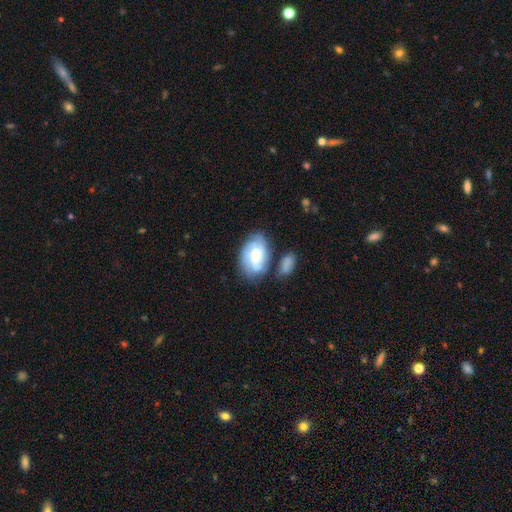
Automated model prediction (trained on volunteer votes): smooth-or-featured: featured or disk: 63% | smooth: 30% | star or artifact: 7%
  disk-edge-on: no: 96% | yes: 4%
    bar: no: 47% | weak: 44% | strong: 9%
    has-spiral-arms: yes: 85% | no: 15%
      spiral-winding: tight: 48% | medium: 38% | loose: 14%
      spiral-arm-count: can't tell: 37% | 2: 25% | 3: 22% | 4: 8% | 1: 4% | more than 4: 4%
    bulge-size: moderate: 49% | small: 37% | large: 8% | none: 4% | dominant: 2%
  merging: none: 56% | minor disturbance: 20% | merger: 15% | major disturbance: 9%